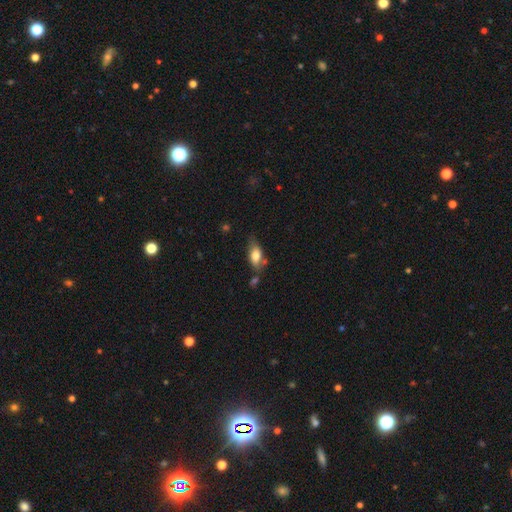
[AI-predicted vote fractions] smooth_or_featured: smooth (p=0.71) [alt: featured or disk p=0.22]
how_rounded: in between (p=0.84) [alt: cigar-shaped p=0.11]
merging: none (p=0.56) [alt: minor disturbance p=0.24]